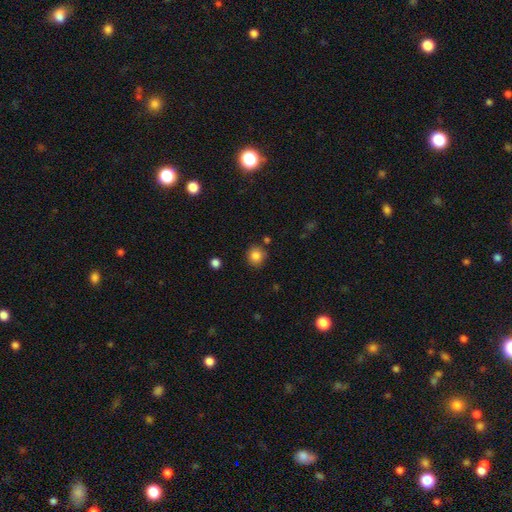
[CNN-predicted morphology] This is clearly a smooth galaxy (84%). How rounded: clearly round (89%). Merging: clearly none (84%).